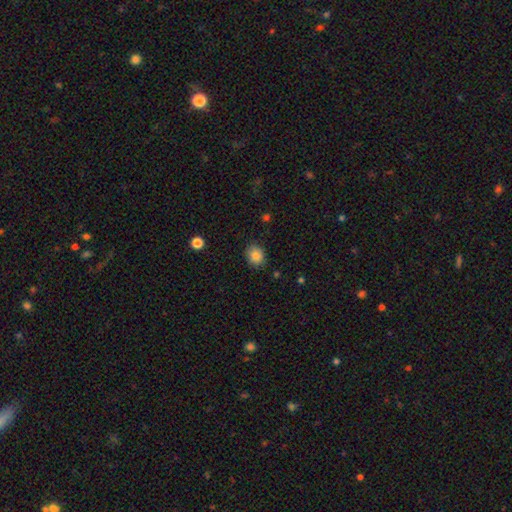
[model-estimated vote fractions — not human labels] Morphology: type=smooth (84%); roundness=round (65%); merging=none (86%).